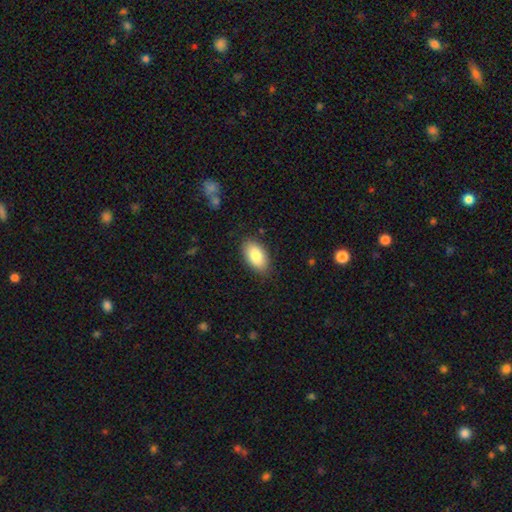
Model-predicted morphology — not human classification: type=smooth (83%); roundness=in between (94%); merging=none (85%).